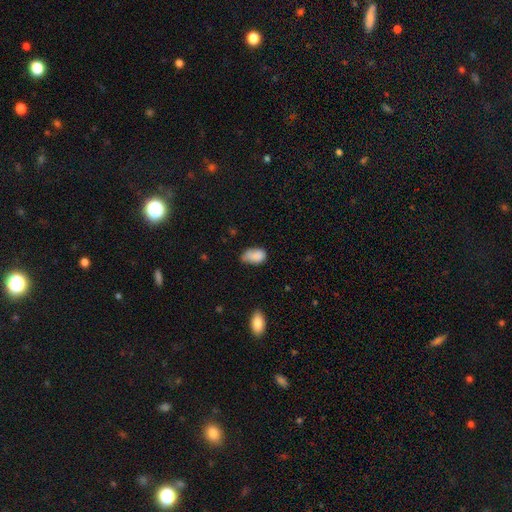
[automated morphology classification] Smooth or featured? smooth (84%)
How rounded? in between (91%)
Merging? minor disturbance (43%)